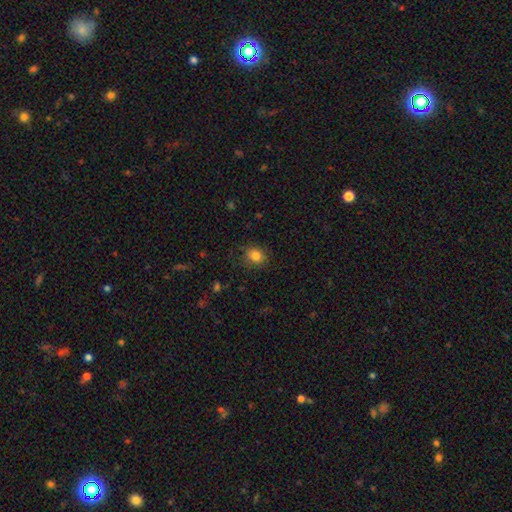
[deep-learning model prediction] Smooth or featured?
  - smooth: 83% *
  - star or artifact: 11%
  - featured or disk: 6%
How rounded?
  - round: 71% *
  - in between: 28%
  - cigar-shaped: 1%
Merging?
  - none: 83% *
  - minor disturbance: 12%
  - major disturbance: 3%
  - merger: 1%